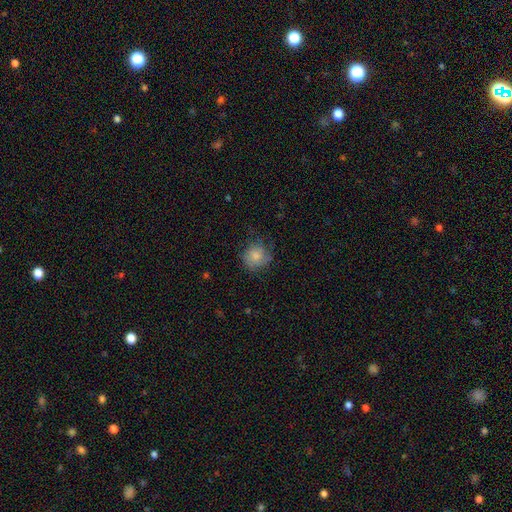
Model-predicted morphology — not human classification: A smooth galaxy with no disk features (79%) that is round (85%). Merging: none (63%).